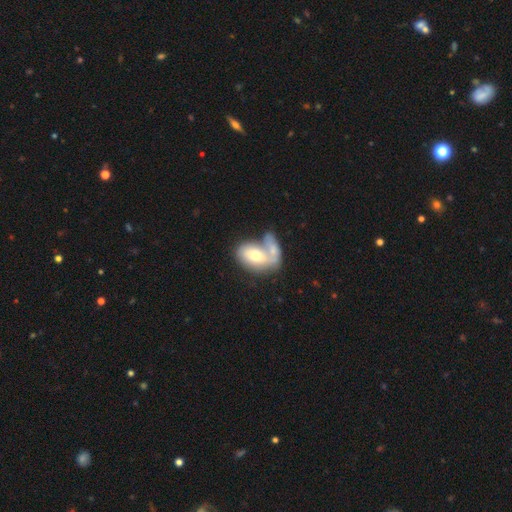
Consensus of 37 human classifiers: smooth_or_featured: smooth (p=0.57) [alt: featured or disk p=0.35]
how_rounded: in between (p=0.81) [alt: round p=0.19]
merging: merger (p=0.71) [alt: none p=0.12]